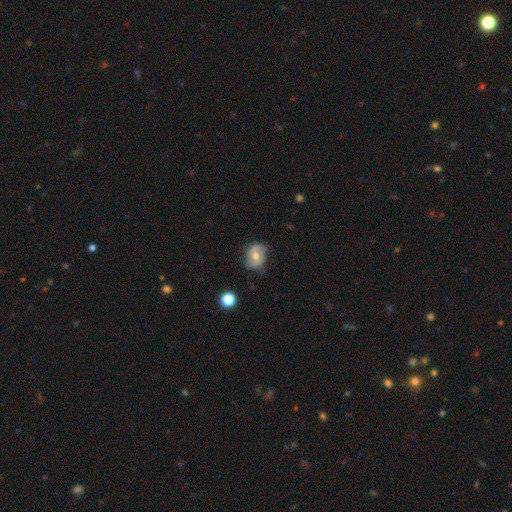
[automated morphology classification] This is possibly a featured or disk galaxy (47%). Merging: likely none (70%).